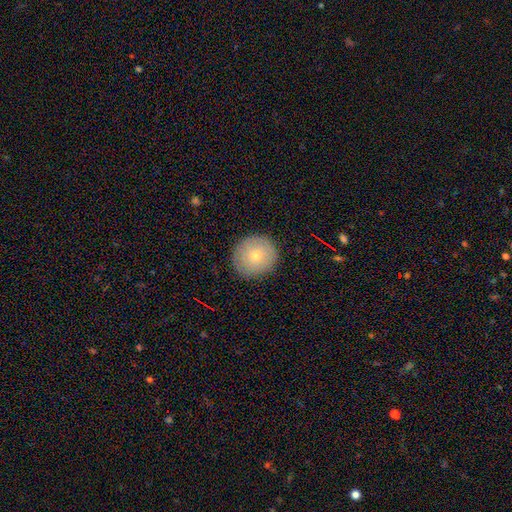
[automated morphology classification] This appears to be a smooth galaxy with no disk features (69%) that is round (91%). Merging: none (88%).